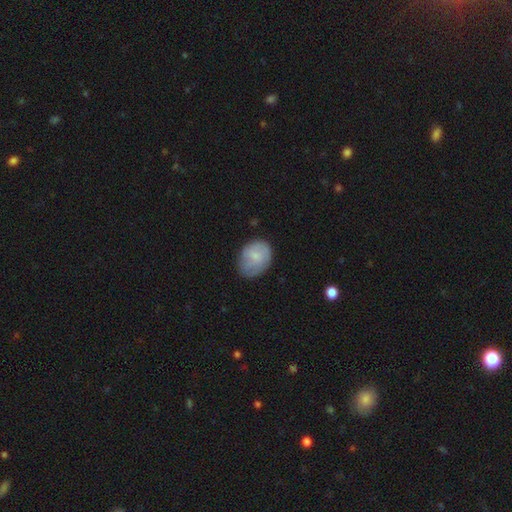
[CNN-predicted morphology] Overall: smooth (69%). How rounded: in between (62%; round 37%). Merging: none (62%; minor disturbance 29%).